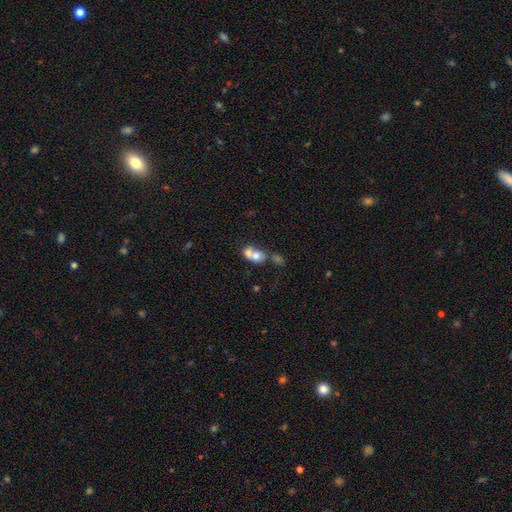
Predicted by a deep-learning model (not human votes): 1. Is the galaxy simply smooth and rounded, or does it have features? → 67% smooth, 23% featured or disk, 10% star or artifact.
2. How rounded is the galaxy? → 57% round, 41% in between, 2% cigar-shaped.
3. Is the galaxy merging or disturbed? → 71% merger, 19% none, 6% minor disturbance, 4% major disturbance.